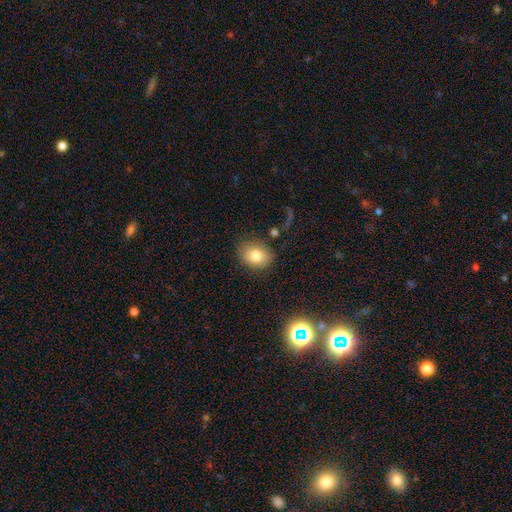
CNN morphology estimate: Q: Smooth or featured?
A: smooth (79%); runner-up: featured or disk (11%)
Q: How rounded?
A: in between (51%); runner-up: round (48%)
Q: Merging?
A: none (80%); runner-up: minor disturbance (13%)